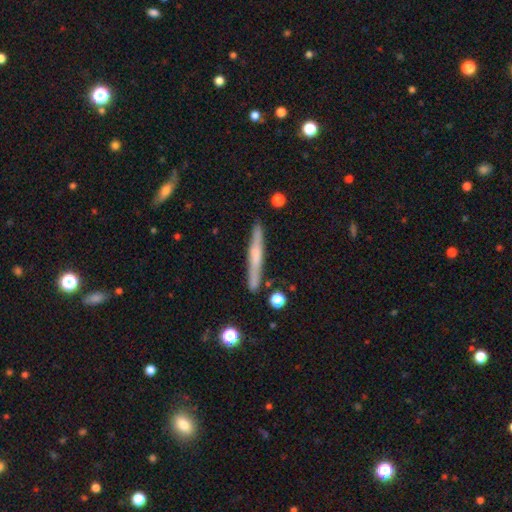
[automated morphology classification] Smooth or featured? Predicted: featured or disk (p=0.52). Edge-on disk? Predicted: yes (p=0.97). Edge-on bulge? Predicted: rounded (p=0.49). Merging? Predicted: none (p=0.88).